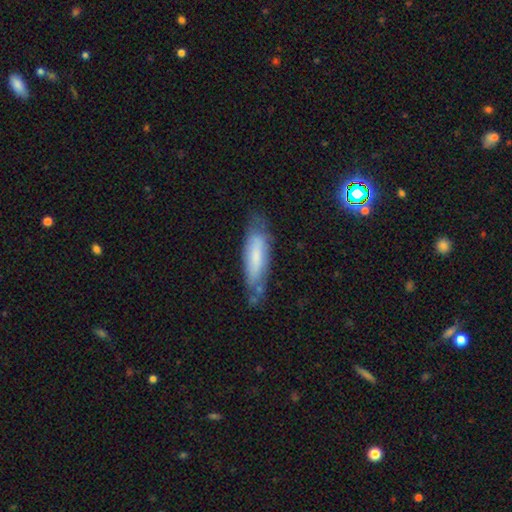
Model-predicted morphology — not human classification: The model was most divided on "smooth or featured": smooth: 57%, featured or disk: 35%, star or artifact: 8%. More confident: merging — none (62%); how rounded — cigar-shaped (61%).